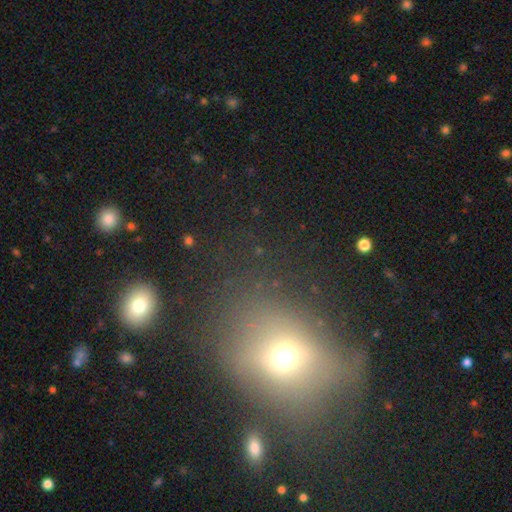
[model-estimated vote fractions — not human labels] Smooth or featured? Predicted: smooth (p=0.48). Merging? Predicted: none (p=0.62).